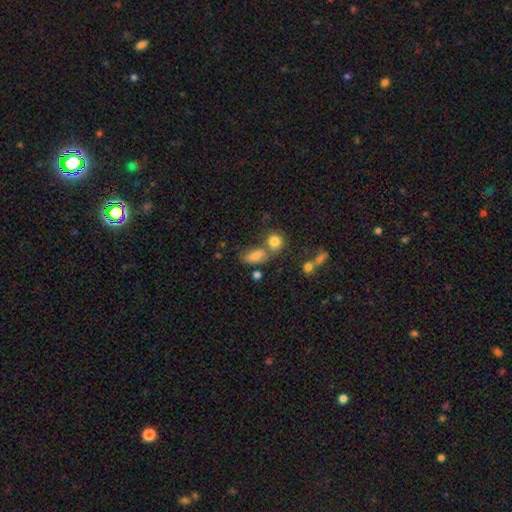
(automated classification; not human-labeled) Overall: smooth (78%). How rounded: in between (83%). Merging: none (44%; merger 33%).